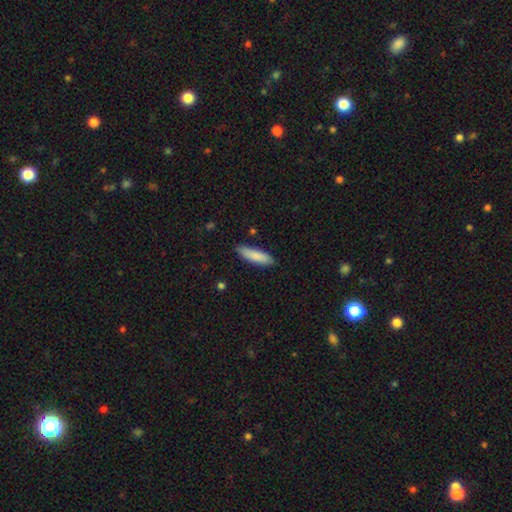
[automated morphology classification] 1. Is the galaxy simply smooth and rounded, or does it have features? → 85% smooth, 10% featured or disk, 6% star or artifact.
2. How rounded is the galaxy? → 62% cigar-shaped, 37% in between, 1% round.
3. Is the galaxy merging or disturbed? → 85% none, 12% minor disturbance, 2% major disturbance, 1% merger.